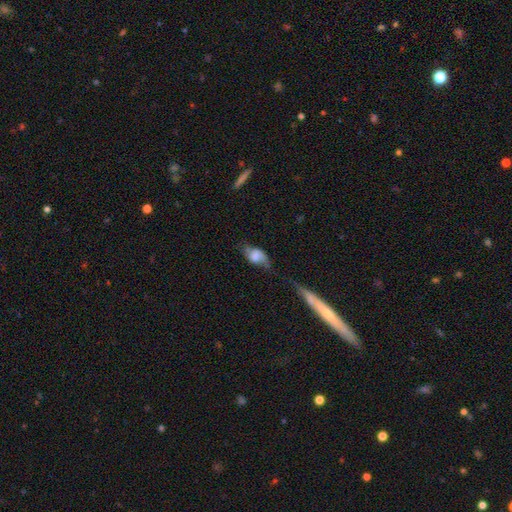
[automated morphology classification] A smooth galaxy with no disk features (52%) that is in between round and cigar-shaped (86%). Merging: none (42%).